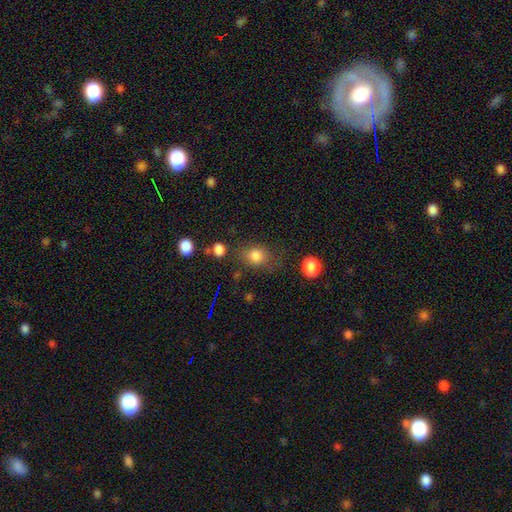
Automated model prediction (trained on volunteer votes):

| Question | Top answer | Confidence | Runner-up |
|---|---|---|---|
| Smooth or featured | smooth | 82% | star or artifact (11%) |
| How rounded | round | 59% | in between (40%) |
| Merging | none | 64% | minor disturbance (21%) |